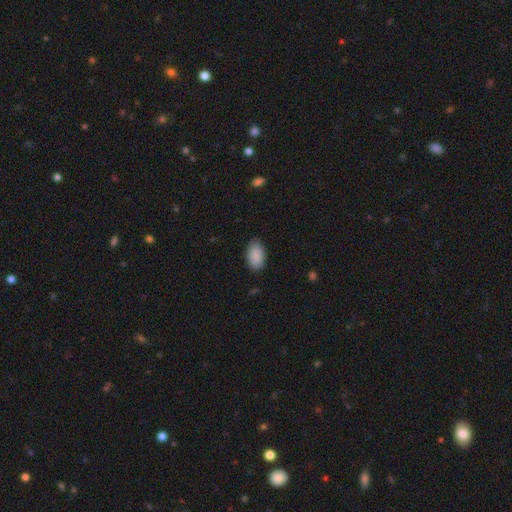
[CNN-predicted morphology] Overall: smooth (90%). How rounded: in between (94%). Merging: none (84%).